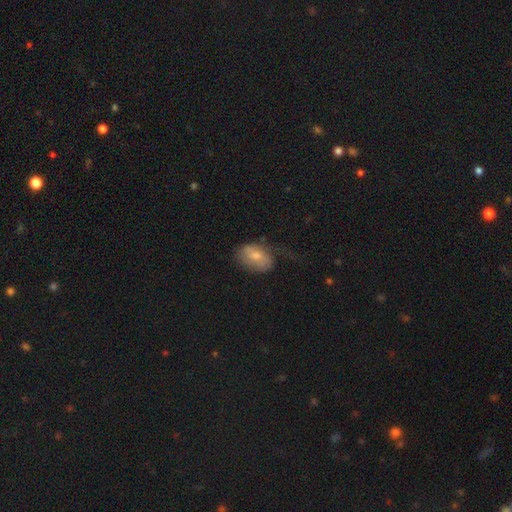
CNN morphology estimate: type=smooth (67%); roundness=in between (84%); merging=none (42%).